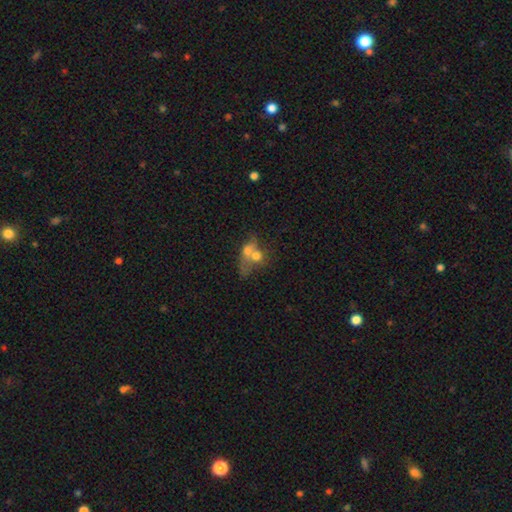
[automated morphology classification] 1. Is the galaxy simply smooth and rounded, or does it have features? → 55% smooth, 32% featured or disk, 12% star or artifact.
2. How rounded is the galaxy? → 53% round, 44% in between, 3% cigar-shaped.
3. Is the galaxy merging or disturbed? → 69% merger, 14% none, 10% major disturbance, 7% minor disturbance.